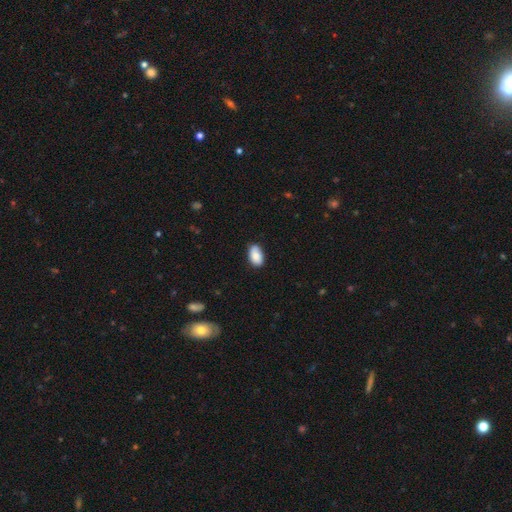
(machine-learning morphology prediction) smooth 87%, star or artifact 7%, featured or disk 6%. Down the decision tree: how rounded — in between (93%); merging — none (78%).